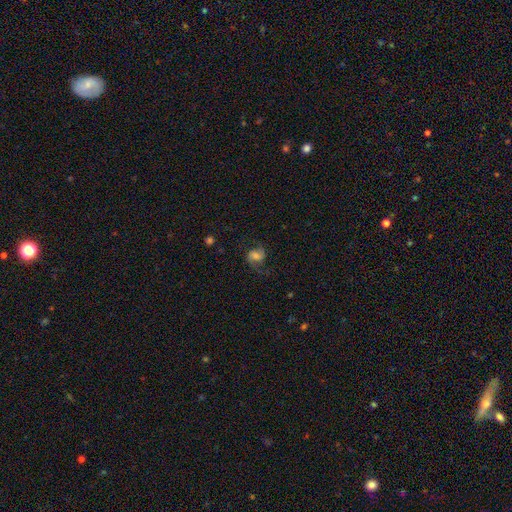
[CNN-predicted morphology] This is likely a featured or disk galaxy (62%). It is clearly not viewed edge-on (97%). Bar: marginally no (44%). Spiral arm pattern: clearly yes (93%). Spiral arm count: clearly 2 (89%). Spiral winding: possibly loose (49%). Central bulge: marginally moderate (38%). Merging: likely none (67%).